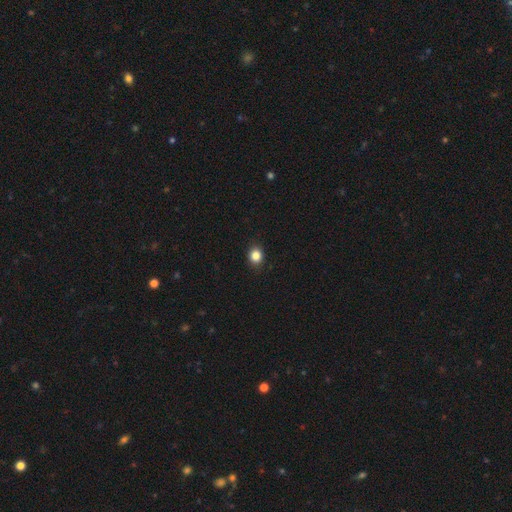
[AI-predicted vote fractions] Q: Smooth or featured?
A: smooth (85%); runner-up: star or artifact (11%)
Q: How rounded?
A: round (69%); runner-up: in between (30%)
Q: Merging?
A: none (89%); runner-up: minor disturbance (8%)